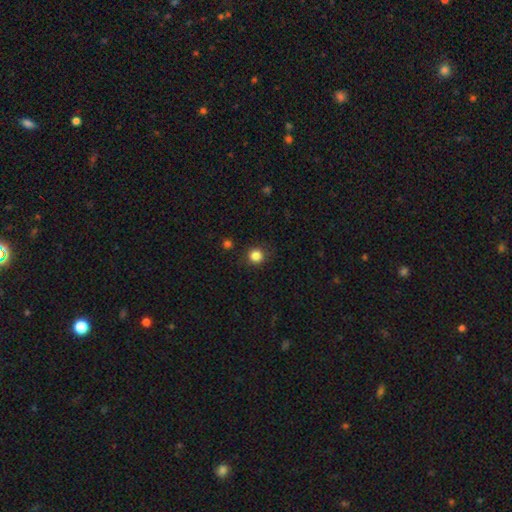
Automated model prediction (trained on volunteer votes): This is clearly a smooth galaxy (84%). How rounded: clearly round (94%). Merging: clearly none (89%).